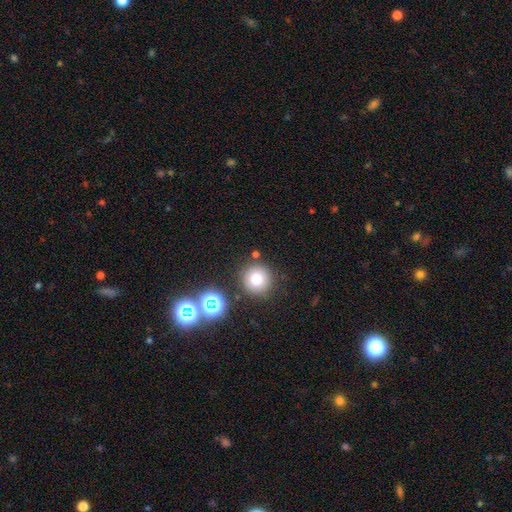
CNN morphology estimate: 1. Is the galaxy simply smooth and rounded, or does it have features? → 64% smooth, 26% star or artifact, 10% featured or disk.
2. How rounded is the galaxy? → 94% round, 5% in between, 1% cigar-shaped.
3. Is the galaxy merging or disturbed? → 85% none, 7% minor disturbance, 5% merger, 3% major disturbance.